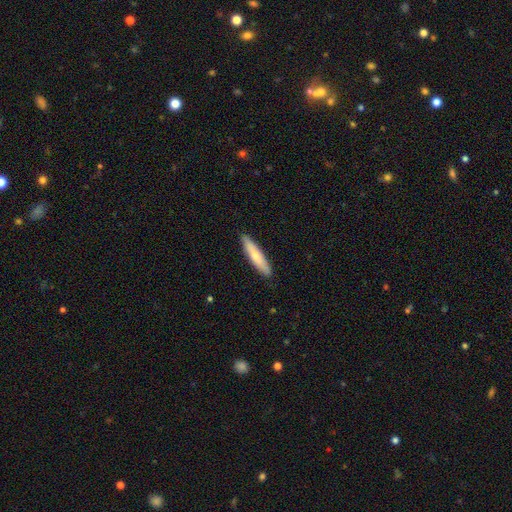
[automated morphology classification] smooth_or_featured: smooth (p=0.70) [alt: featured or disk p=0.25]
how_rounded: cigar-shaped (p=0.86) [alt: in between p=0.13]
merging: none (p=0.89) [alt: minor disturbance p=0.08]